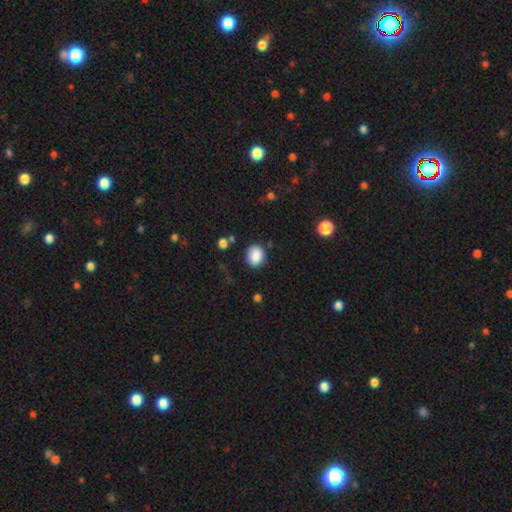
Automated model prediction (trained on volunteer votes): Smooth or featured?
  - smooth: 87% *
  - star or artifact: 9%
  - featured or disk: 5%
How rounded?
  - round: 54% *
  - in between: 45%
  - cigar-shaped: 1%
Merging?
  - none: 80% *
  - minor disturbance: 14%
  - major disturbance: 4%
  - merger: 3%